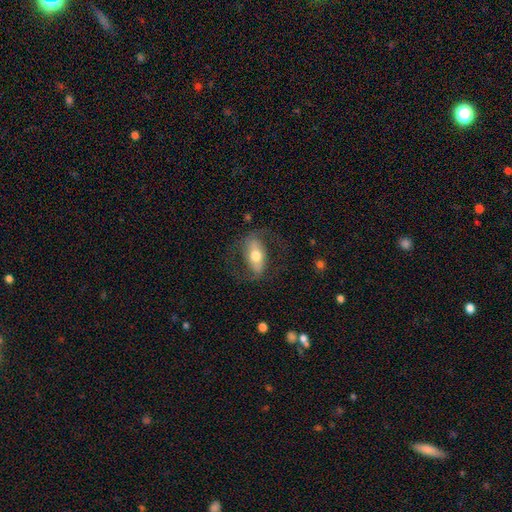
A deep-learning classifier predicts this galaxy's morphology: Smooth or featured: featured or disk — 62% (smooth — 32%)
Edge-on disk: no — 89% (yes — 11%)
Bar: strong — 44% (weak — 30%)
Spiral arms: yes — 74% (no — 26%)
Bulge size: moderate — 67% (large — 19%)
Merging: none — 69% (minor disturbance — 15%)